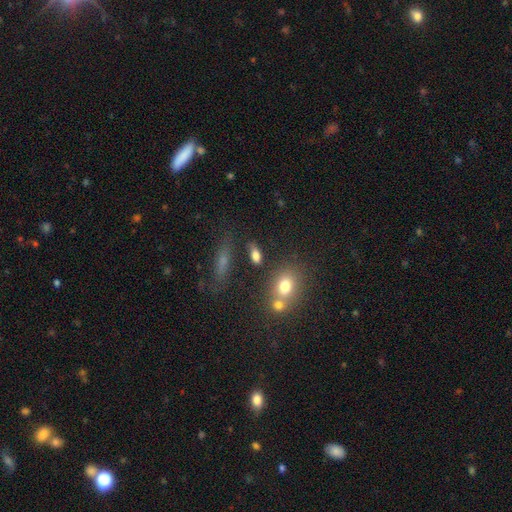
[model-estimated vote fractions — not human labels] A smooth galaxy with no disk features (76%) that is in between round and cigar-shaped (74%).

Vote fractions:
- Smooth or featured? smooth: 76% / featured or disk: 12% / star or artifact: 12%
- How rounded? in between: 74% / cigar-shaped: 15% / round: 11%
- Merging? none: 68% / minor disturbance: 14% / merger: 12% / major disturbance: 6%